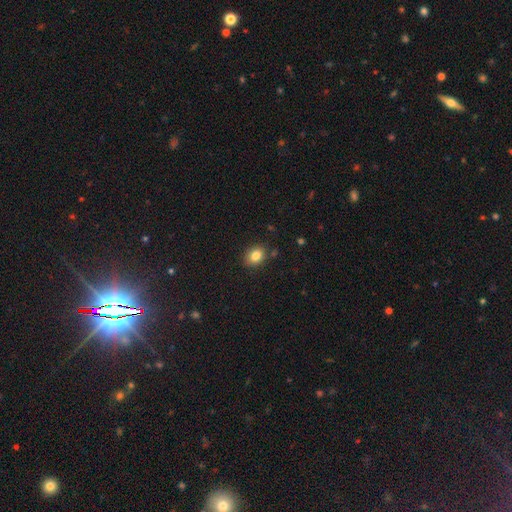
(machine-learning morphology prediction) Smooth or featured?
  - smooth: 83% *
  - star or artifact: 10%
  - featured or disk: 7%
How rounded?
  - in between: 59% *
  - round: 40%
  - cigar-shaped: 1%
Merging?
  - none: 84% *
  - minor disturbance: 11%
  - merger: 3%
  - major disturbance: 2%